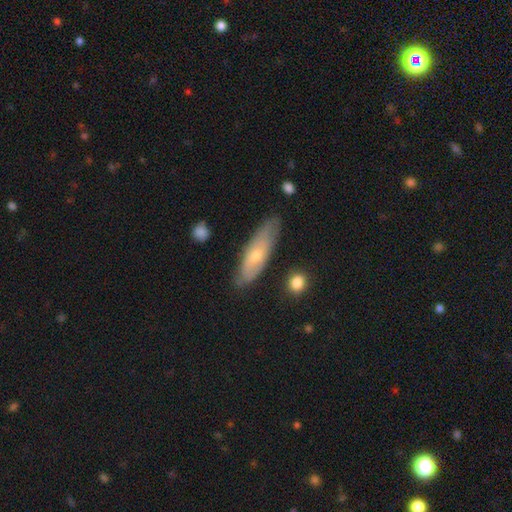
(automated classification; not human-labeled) A smooth galaxy with no disk features (47%, tied with featured or disk). Merging: none (73%).